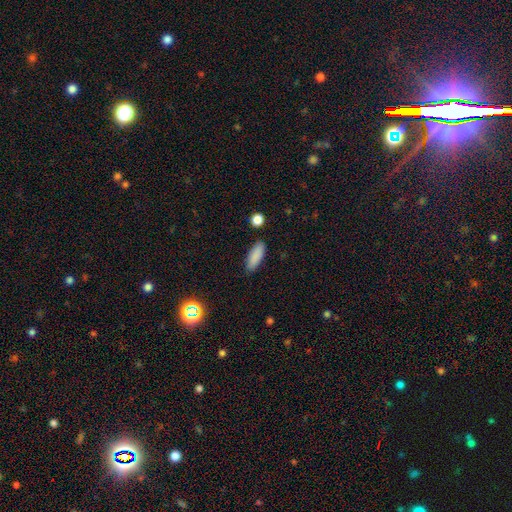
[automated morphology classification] type=smooth (87%); roundness=in between (63%); merging=none (84%).